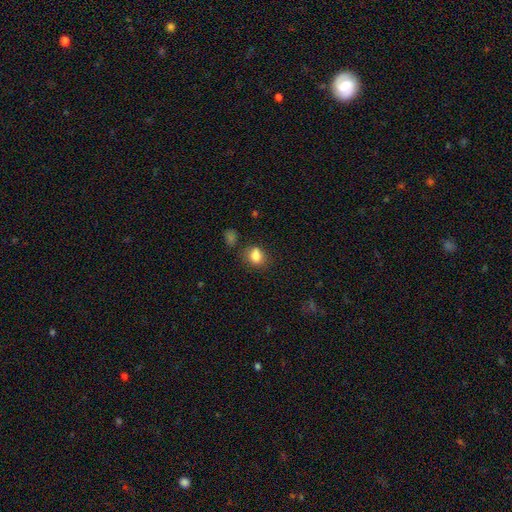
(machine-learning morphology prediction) This appears to be a smooth galaxy with no disk features (83%) that is in between round and cigar-shaped (57%). Merging: none (68%).